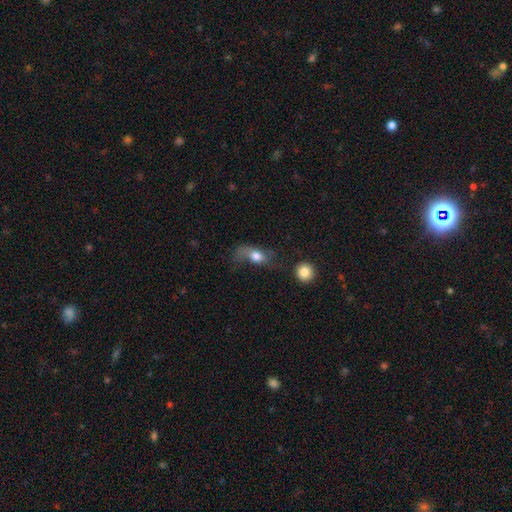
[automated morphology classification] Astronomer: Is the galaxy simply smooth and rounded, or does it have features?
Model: smooth — 69%.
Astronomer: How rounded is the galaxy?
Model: in between — 71%.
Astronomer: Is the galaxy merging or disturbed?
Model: major disturbance — 45% (runner-up: none, 26%).